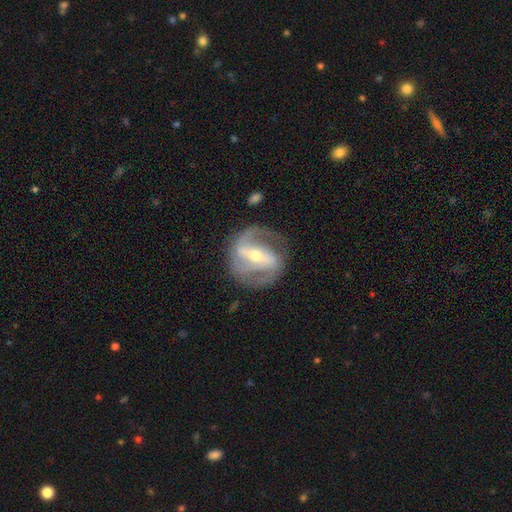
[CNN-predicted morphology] Smooth or featured? featured or disk (87%)
Edge-on disk? no (96%)
Bar? strong (62%)
Spiral arms? yes (93%)
Spiral winding? medium (49%)
Spiral arm count? 2 (78%)
Bulge size? moderate (56%)
Merging? none (75%)